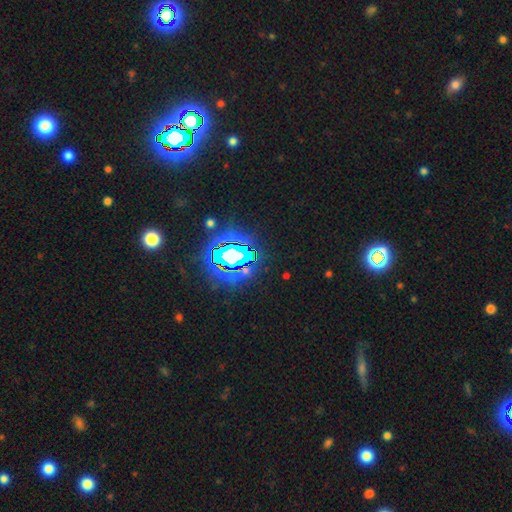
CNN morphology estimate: type=star or artifact (81%).